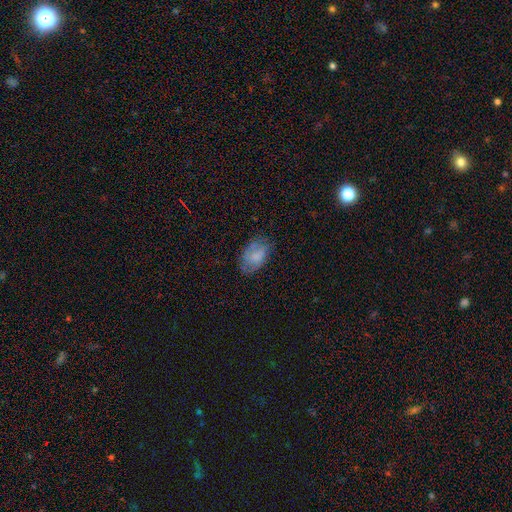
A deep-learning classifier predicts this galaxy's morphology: type=smooth (66%); roundness=in between (91%); merging=none (64%).